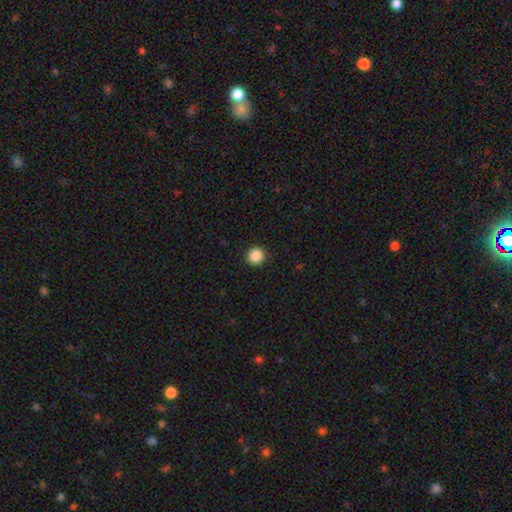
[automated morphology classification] smooth 88%, star or artifact 10%, featured or disk 2%. Down the decision tree: how rounded — round (93%); merging — none (92%).